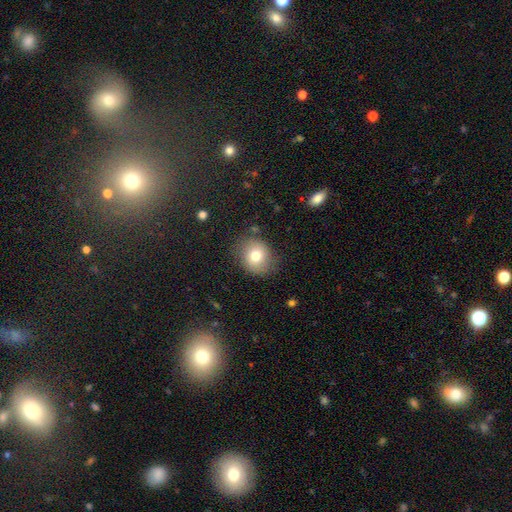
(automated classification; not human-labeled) This appears to be a smooth galaxy with no disk features (75%) that is round (66%). Merging: none (78%).